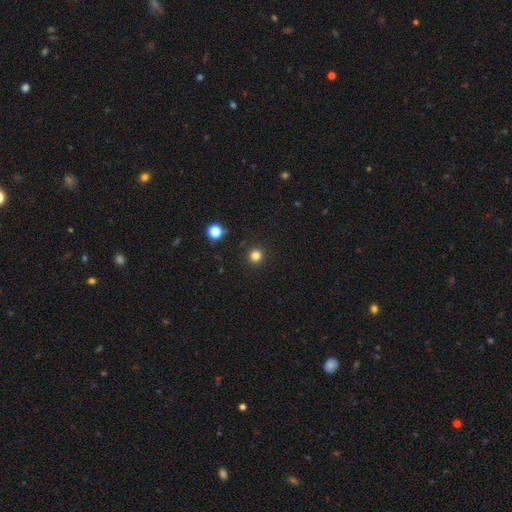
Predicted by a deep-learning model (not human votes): A smooth galaxy with no disk features (82%) that is round (95%). Merging: none (93%).